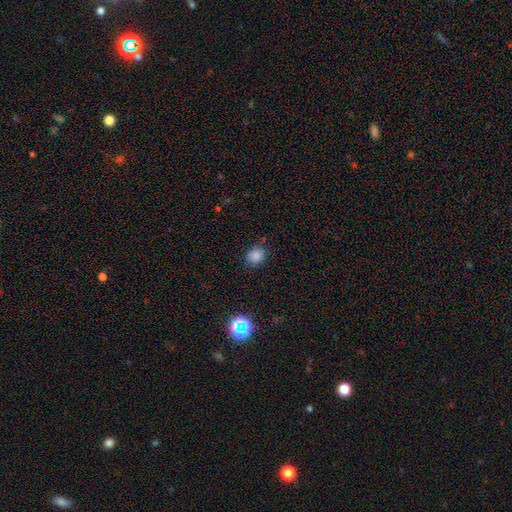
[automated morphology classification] A smooth galaxy with no disk features (82%) that is round (72%). Merging: none (81%).